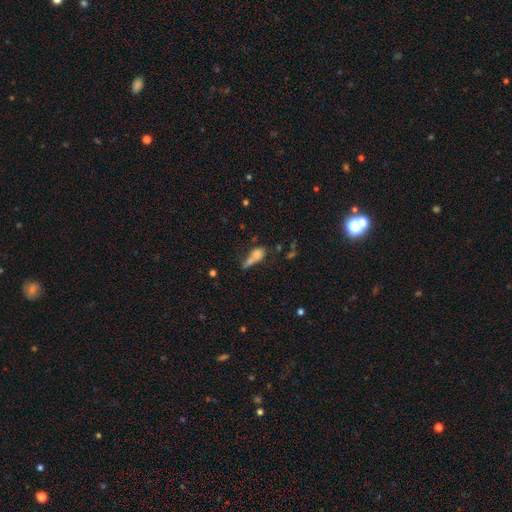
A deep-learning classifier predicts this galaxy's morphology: smooth 66%, featured or disk 22%, star or artifact 13%. Down the decision tree: how rounded — in between (60%); merging — major disturbance (26%, tied with none).